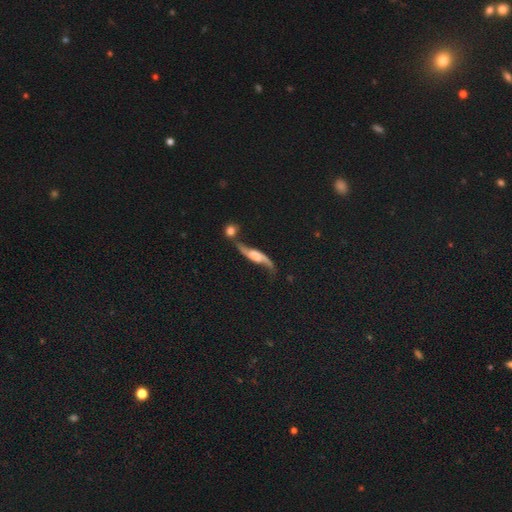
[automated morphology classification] This is clearly a featured or disk galaxy (83%). It is likely not viewed edge-on (79%). Bar: possibly no (52%). Spiral arm pattern: clearly yes (95%). Spiral arm count: clearly 2 (93%). Spiral winding: clearly loose (87%). Central bulge: marginally none (33%). Merging: possibly none (51%).